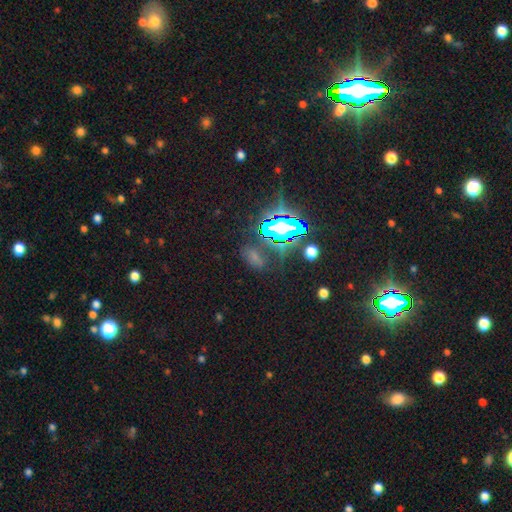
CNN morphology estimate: Smooth or featured: star or artifact — 45% (smooth — 40%)